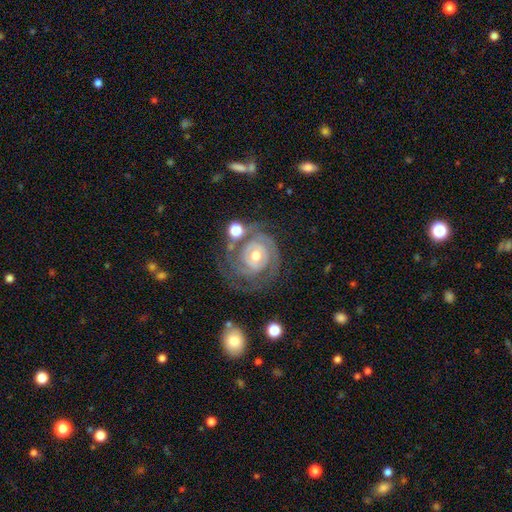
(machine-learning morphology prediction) This appears to be a featured or disk galaxy (86%) with no bar (63%), 2 (38%) tight (78%) spiral arms (93%) and a moderate central bulge (65%). Merging: none (62%).